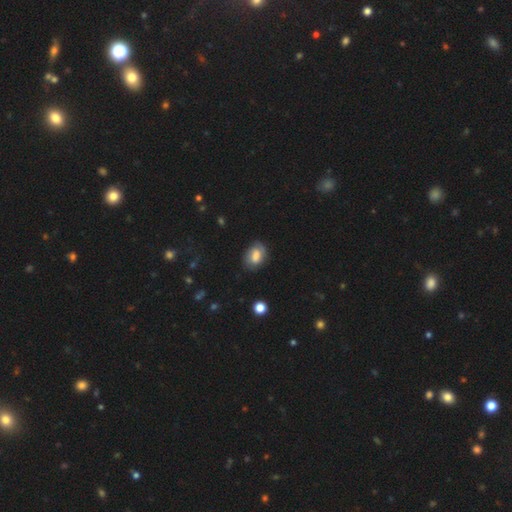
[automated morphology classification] type=smooth (69%); roundness=in between (81%); merging=none (68%).